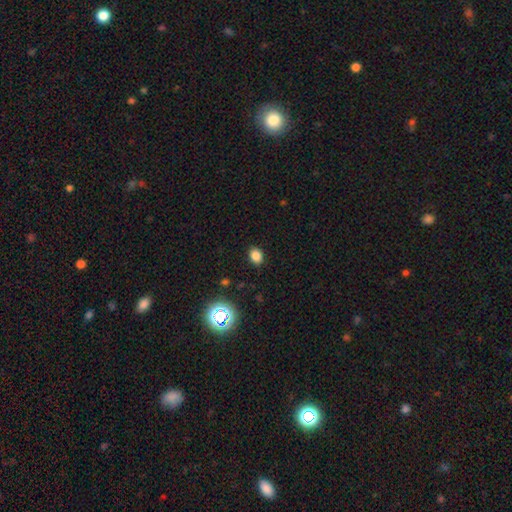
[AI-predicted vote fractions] Q: Smooth or featured?
A: smooth (82%); runner-up: star or artifact (14%)
Q: How rounded?
A: in between (63%); runner-up: round (36%)
Q: Merging?
A: none (89%); runner-up: minor disturbance (8%)